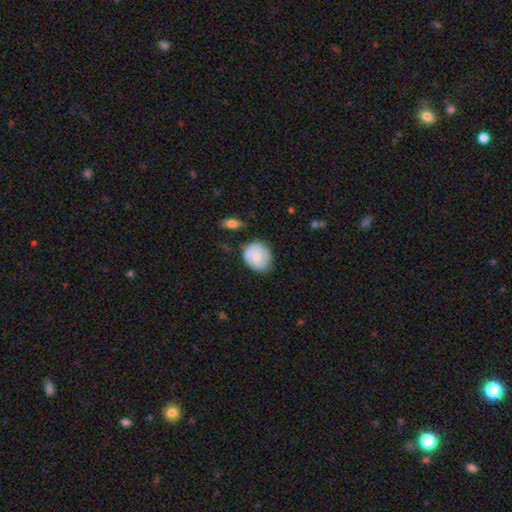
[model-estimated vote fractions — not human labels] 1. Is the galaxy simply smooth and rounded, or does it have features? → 64% smooth, 30% featured or disk, 7% star or artifact.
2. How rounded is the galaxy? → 61% round, 38% in between, 1% cigar-shaped.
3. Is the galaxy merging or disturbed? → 61% none, 27% minor disturbance, 8% major disturbance, 4% merger.